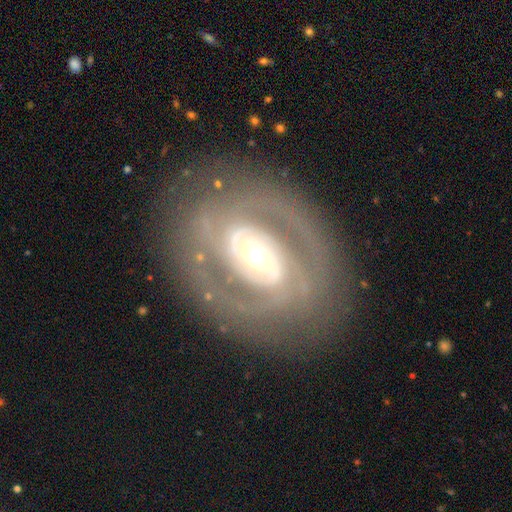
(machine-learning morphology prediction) smooth_or_featured: featured or disk (p=0.85) [alt: smooth p=0.10]
disk_edge_on: no (p=0.96) [alt: yes p=0.04]
bar: no (p=0.41) [alt: weak p=0.32]
has_spiral_arms: yes (p=0.84) [alt: no p=0.16]
spiral_winding: tight (p=0.61) [alt: medium p=0.29]
spiral_arm_count: 2 (p=0.59) [alt: can't tell p=0.20]
bulge_size: moderate (p=0.45) [tied with: small p=0.45]
merging: none (p=0.79) [alt: minor disturbance p=0.12]